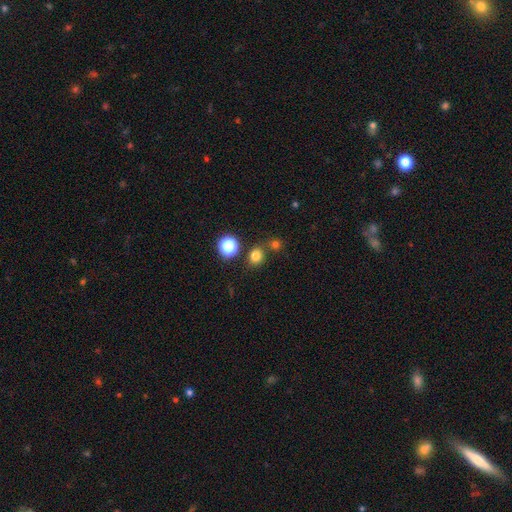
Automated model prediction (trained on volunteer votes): smooth 76%, star or artifact 18%, featured or disk 5%. Down the decision tree: how rounded — round (75%); merging — none (74%).